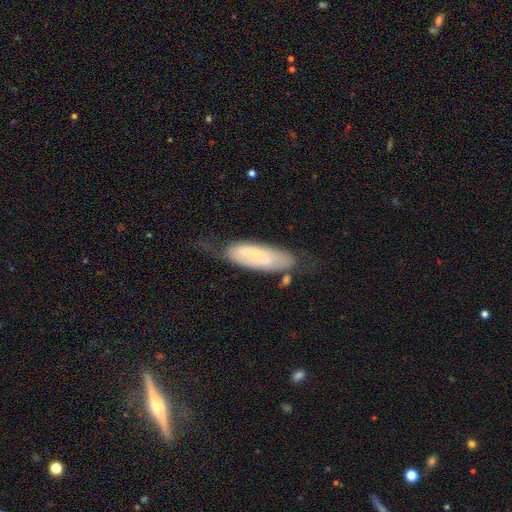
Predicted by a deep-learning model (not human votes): The model was most divided on "smooth or featured": featured or disk: 49%, smooth: 44%, star or artifact: 7%. More confident: merging — none (52%).